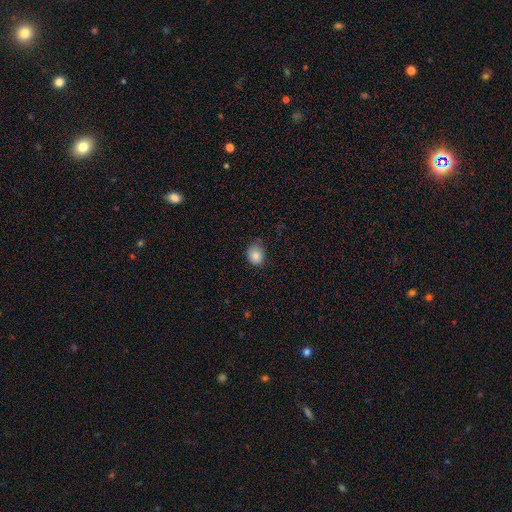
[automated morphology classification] Q: Smooth or featured?
A: smooth (85%); runner-up: star or artifact (9%)
Q: How rounded?
A: round (58%); runner-up: in between (41%)
Q: Merging?
A: none (64%); runner-up: minor disturbance (29%)